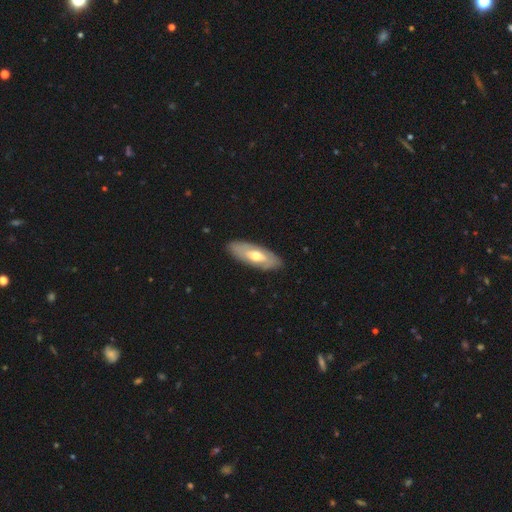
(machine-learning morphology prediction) Smooth or featured?
  - featured or disk: 54% *
  - smooth: 41%
  - star or artifact: 5%
Edge-on disk?
  - no: 75% *
  - yes: 25%
Merging?
  - none: 86% *
  - minor disturbance: 11%
  - major disturbance: 2%
  - merger: 1%